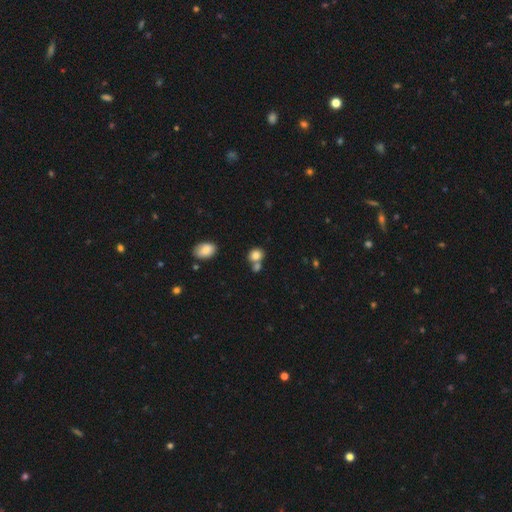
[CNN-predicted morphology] Smooth or featured: smooth — 83% (star or artifact — 10%)
How rounded: round — 66% (in between — 33%)
Merging: none — 54% (merger — 32%)